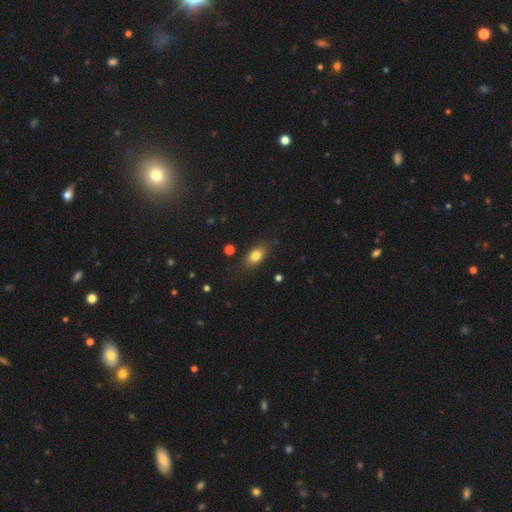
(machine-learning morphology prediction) smooth_or_featured: smooth (p=0.80) [alt: featured or disk p=0.11]
how_rounded: in between (p=0.83) [alt: round p=0.12]
merging: none (p=0.81) [alt: minor disturbance p=0.14]